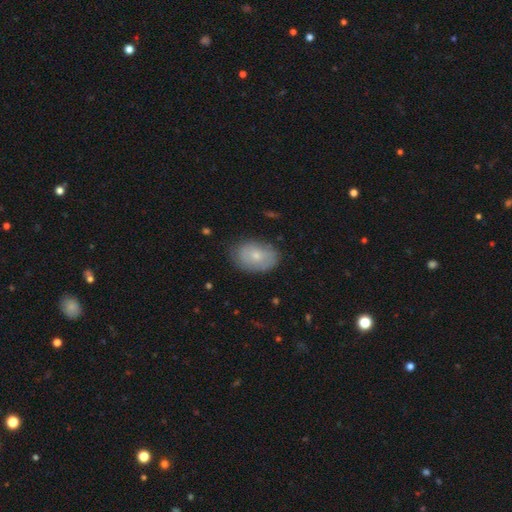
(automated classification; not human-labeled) Morphology: type=smooth (66%); roundness=in between (83%); merging=none (77%).